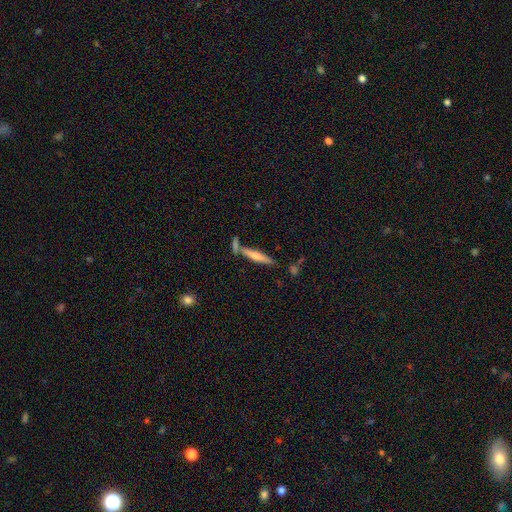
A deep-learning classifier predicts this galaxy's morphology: type=smooth (53%); roundness=cigar-shaped (89%); merging=none (68%).